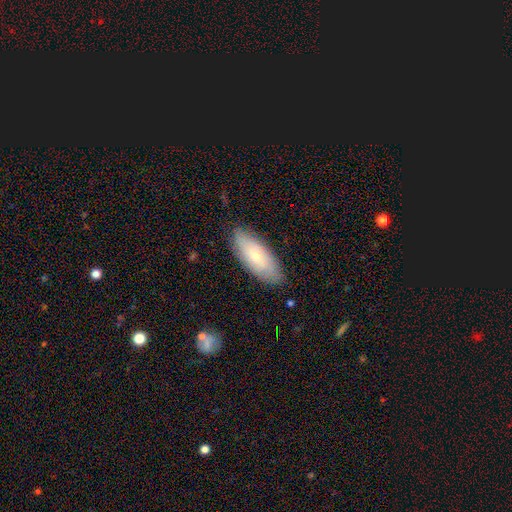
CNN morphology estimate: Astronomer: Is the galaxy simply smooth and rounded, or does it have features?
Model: smooth — 58% (runner-up: featured or disk, 35%).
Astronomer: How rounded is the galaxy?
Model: in between — 78%.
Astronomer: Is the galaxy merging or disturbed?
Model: none — 83%.